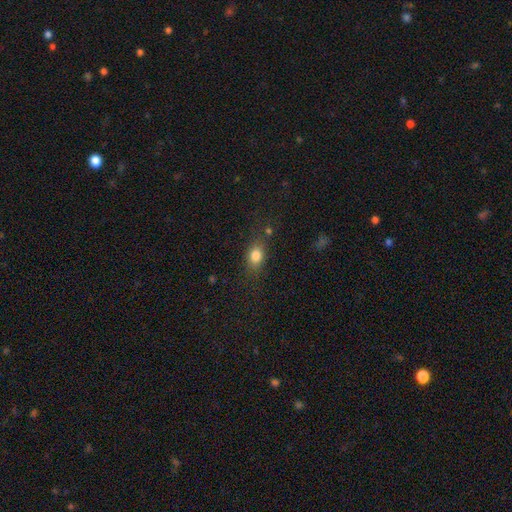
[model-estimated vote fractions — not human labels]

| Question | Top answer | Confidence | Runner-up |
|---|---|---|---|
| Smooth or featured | smooth | 81% | star or artifact (11%) |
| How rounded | in between | 67% | round (28%) |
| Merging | none | 72% | minor disturbance (17%) |